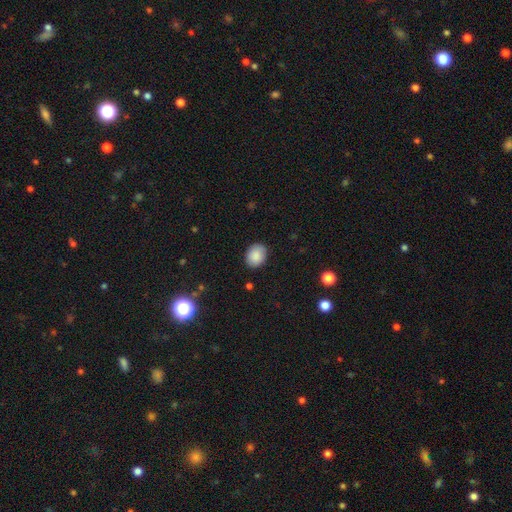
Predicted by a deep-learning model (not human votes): smooth 88%, star or artifact 8%, featured or disk 4%. Down the decision tree: how rounded — in between (50%); merging — none (86%).